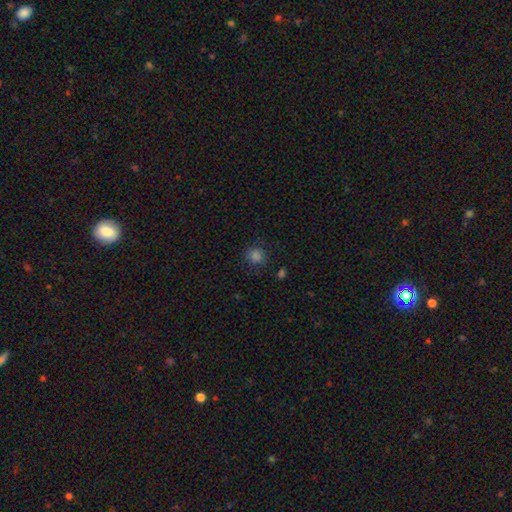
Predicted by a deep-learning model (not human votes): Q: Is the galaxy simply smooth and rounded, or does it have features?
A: smooth — 80%.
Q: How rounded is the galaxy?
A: round — 87%.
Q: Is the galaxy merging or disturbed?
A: none — 83%.